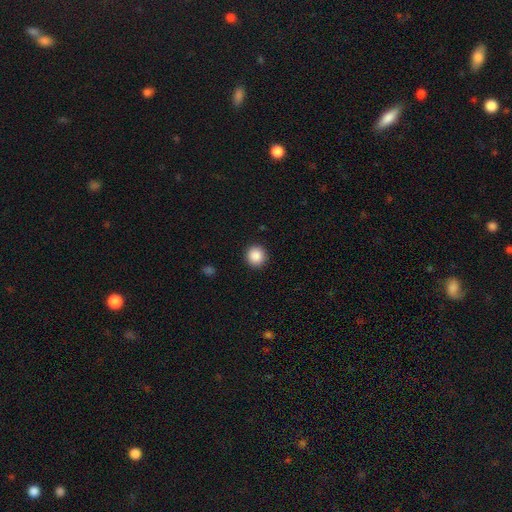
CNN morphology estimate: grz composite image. It shows a smooth galaxy with no disk features (88%) that is round (93%). Merging: none (92%).